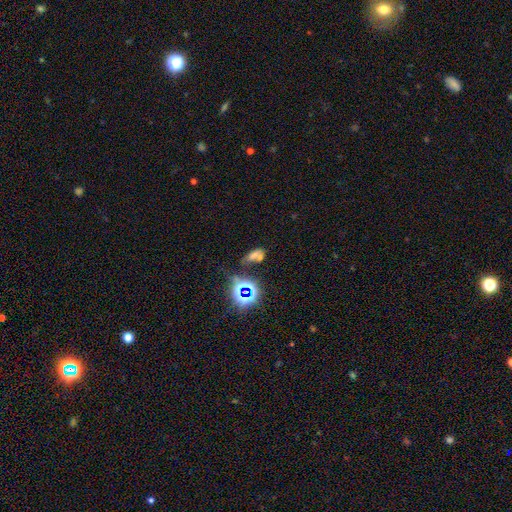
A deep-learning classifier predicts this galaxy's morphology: A smooth galaxy with no disk features (48%). Merging: none (41%).